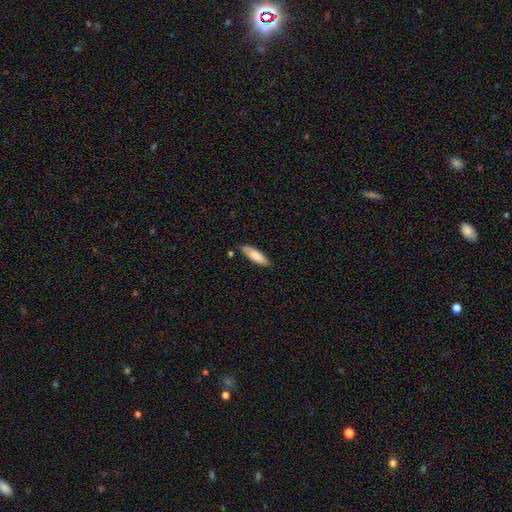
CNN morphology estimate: A smooth galaxy with no disk features (80%) that is cigar-shaped (52%).

Vote fractions:
- Smooth or featured? smooth: 80% / featured or disk: 14% / star or artifact: 6%
- How rounded? cigar-shaped: 52% / in between: 46% / round: 1%
- Merging? none: 75% / minor disturbance: 18% / merger: 4% / major disturbance: 3%